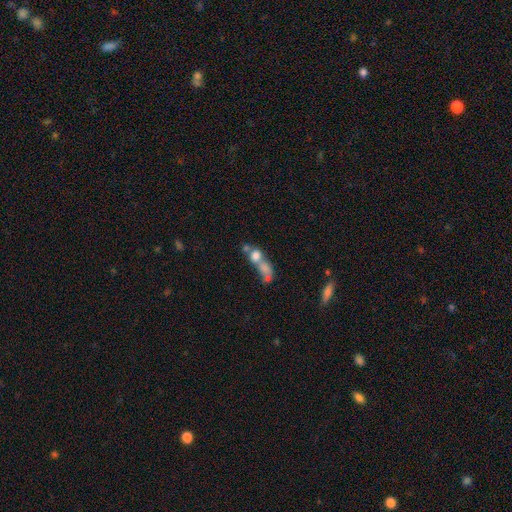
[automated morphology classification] This appears to be a smooth galaxy with no disk features (63%) that is round (50%). Merging: merger (67%).